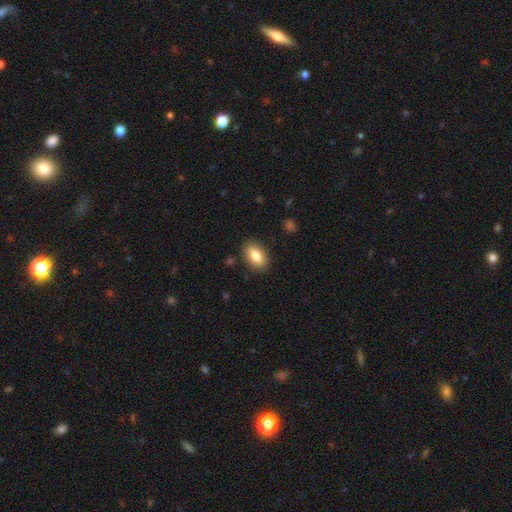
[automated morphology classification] This is clearly a smooth galaxy (83%). How rounded: clearly in between (90%). Merging: clearly none (87%).